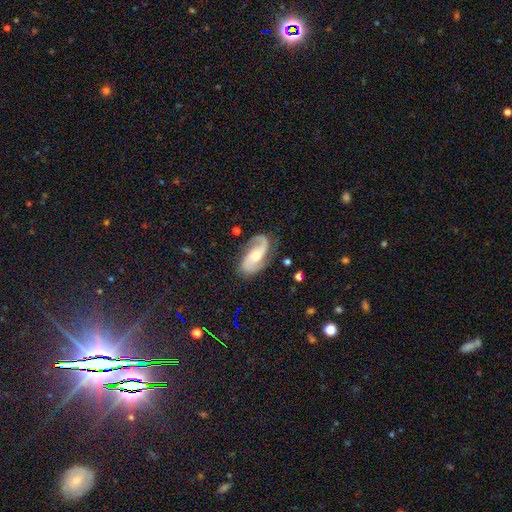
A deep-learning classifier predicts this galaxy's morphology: smooth_or_featured: featured or disk (p=0.88) [alt: smooth p=0.07]
disk_edge_on: no (p=0.97) [alt: yes p=0.03]
bar: no (p=0.50) [alt: weak p=0.36]
has_spiral_arms: yes (p=0.97) [alt: no p=0.03]
spiral_winding: medium (p=0.50) [alt: loose p=0.32]
spiral_arm_count: 2 (p=0.89) [alt: 1 p=0.05]
bulge_size: moderate (p=0.58) [alt: small p=0.28]
merging: none (p=0.74) [alt: minor disturbance p=0.16]